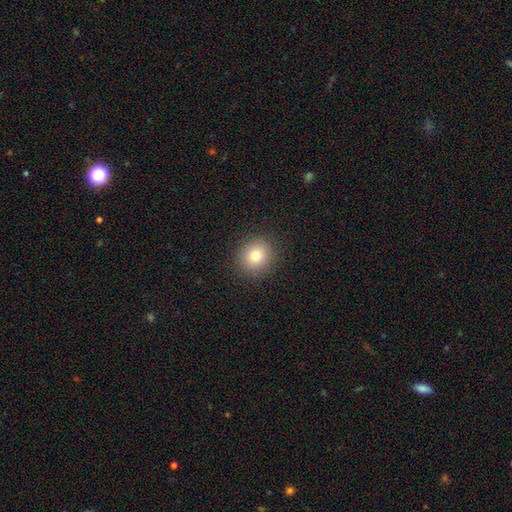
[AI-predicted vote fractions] Smooth or featured? Predicted: smooth (p=0.80). How rounded? Predicted: round (p=0.86). Merging? Predicted: none (p=0.91).